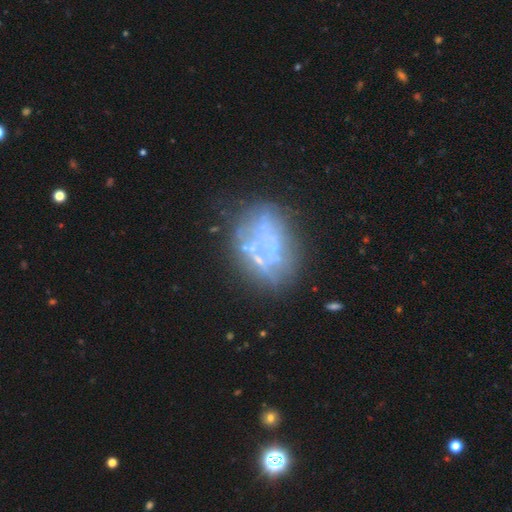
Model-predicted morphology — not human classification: Smooth or featured: featured or disk — 63% (smooth — 22%)
Edge-on disk: no — 97% (yes — 3%)
Bar: no — 91% (weak — 6%)
Spiral arms: no — 90% (yes — 10%)
Bulge size: none — 77% (small — 12%)
Merging: none — 47% (major disturbance — 23%)